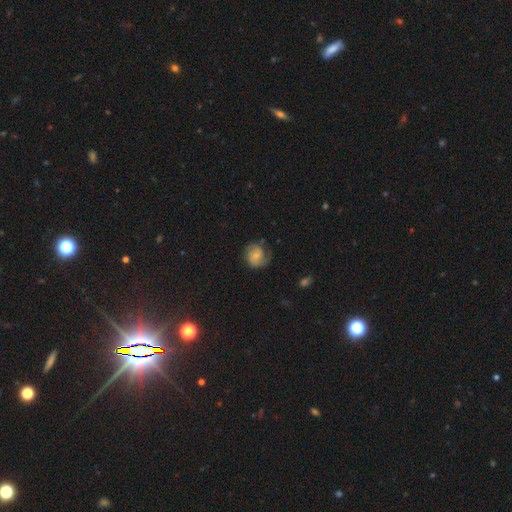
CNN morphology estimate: Overall: smooth (49%; featured or disk 43%). Merging: none (58%; minor disturbance 26%).